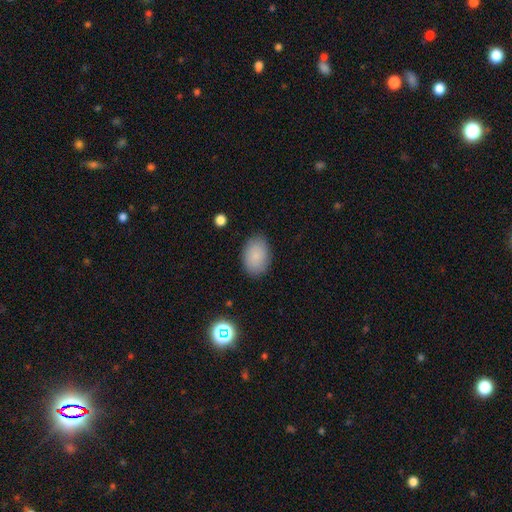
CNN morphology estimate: smooth-or-featured: smooth: 86% | star or artifact: 8% | featured or disk: 6%
  how-rounded: in between: 88% | round: 11% | cigar-shaped: 1%
  merging: none: 86% | minor disturbance: 11% | major disturbance: 3% | merger: 1%